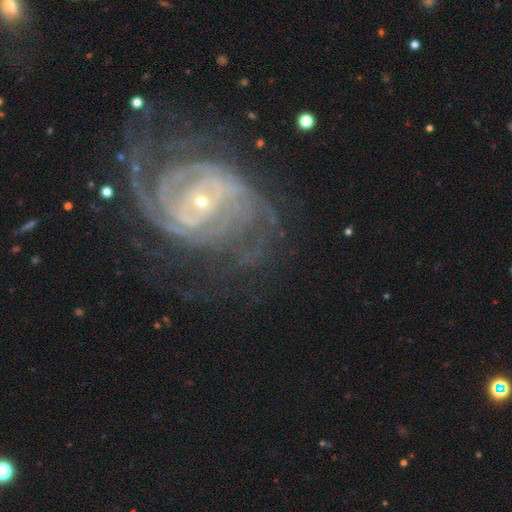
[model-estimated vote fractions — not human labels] featured or disk 90%, star or artifact 6%, smooth 4%. Down the decision tree: edge-on disk — no (97%); bar — no (47%); spiral arms — yes (98%); spiral arm count — 2 (24%); spiral winding — tight (68%); bulge size — small (78%); merging — none (64%).